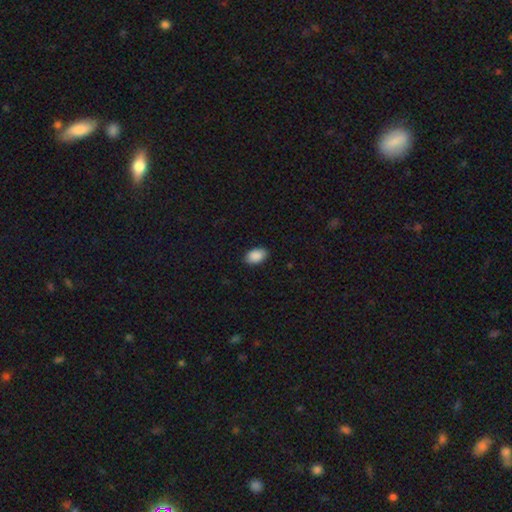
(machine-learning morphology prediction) Smooth or featured? smooth (90%)
How rounded? in between (88%)
Merging? none (87%)